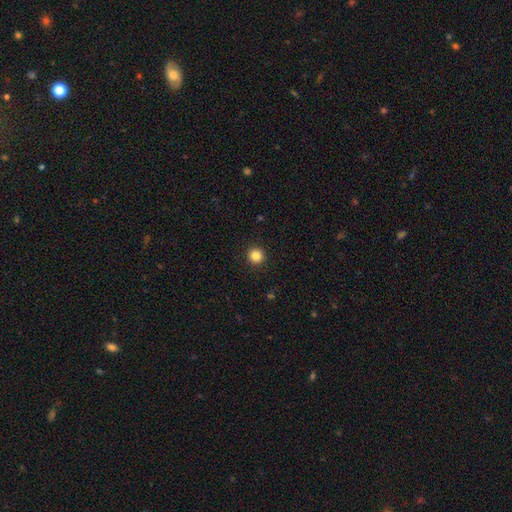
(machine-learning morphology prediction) The model was most divided on "smooth or featured": smooth: 85%, star or artifact: 11%, featured or disk: 4%. More confident: how rounded — round (95%); merging — none (93%).